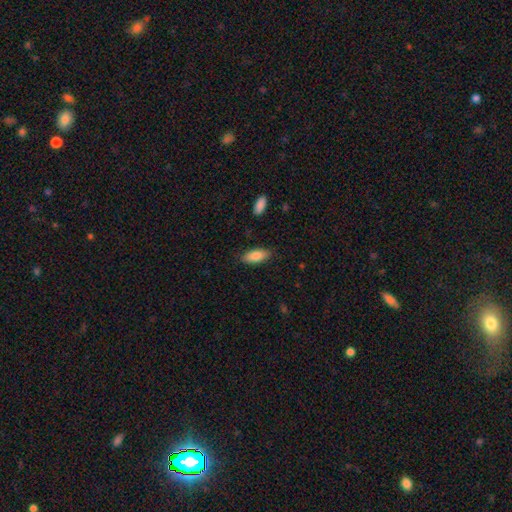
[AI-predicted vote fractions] This appears to be a smooth galaxy with no disk features (85%) that is in between round and cigar-shaped (83%). Merging: none (85%).